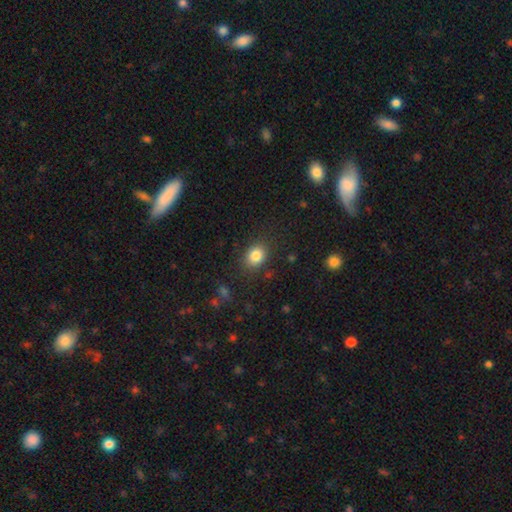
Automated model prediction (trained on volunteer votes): A smooth galaxy with no disk features (83%) that is in between round and cigar-shaped (50%). Merging: none (84%).